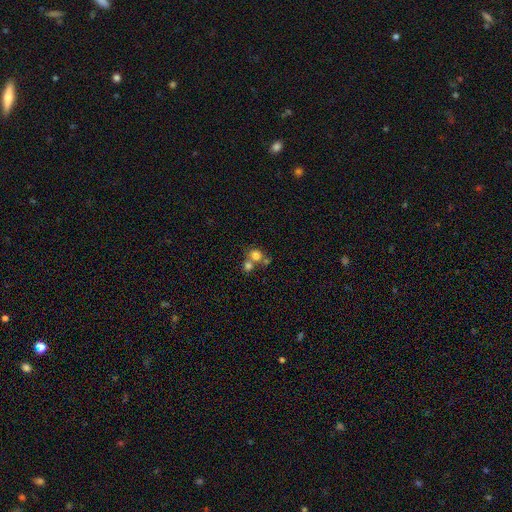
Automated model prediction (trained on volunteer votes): smooth-or-featured: smooth: 75% | star or artifact: 13% | featured or disk: 12%
  how-rounded: round: 75% | in between: 24% | cigar-shaped: 1%
  merging: merger: 48% | none: 40% | minor disturbance: 7% | major disturbance: 4%